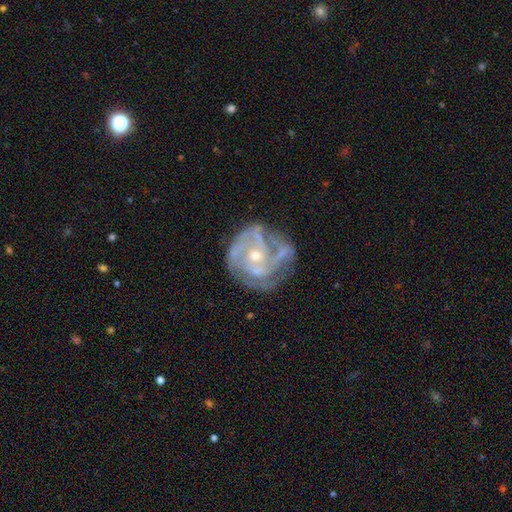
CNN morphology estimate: smooth-or-featured: featured or disk: 86% | smooth: 8% | star or artifact: 7%
  disk-edge-on: no: 98% | yes: 2%
    bar: no: 74% | weak: 21% | strong: 5%
    has-spiral-arms: yes: 91% | no: 9%
      spiral-winding: tight: 61% | medium: 32% | loose: 8%
      spiral-arm-count: 3: 32% | can't tell: 28% | 4: 15% | 2: 15% | more than 4: 6% | 1: 5%
    bulge-size: small: 49% | moderate: 47% | none: 2% | large: 1% | dominant: 1%
  merging: none: 59% | minor disturbance: 23% | major disturbance: 14% | merger: 5%